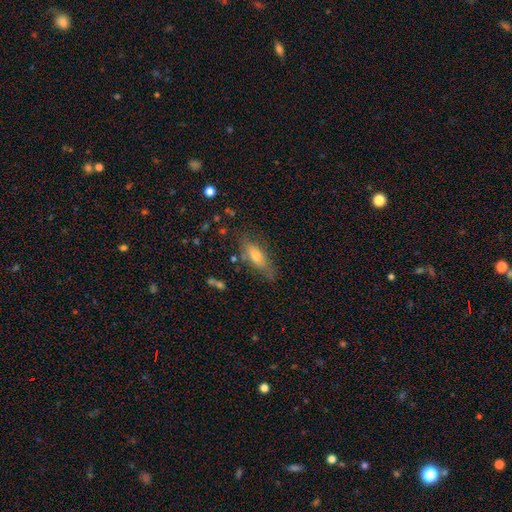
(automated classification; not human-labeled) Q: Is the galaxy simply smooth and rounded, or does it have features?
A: smooth — 56%.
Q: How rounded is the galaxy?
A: in between — 59%.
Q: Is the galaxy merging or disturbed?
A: none — 69%.